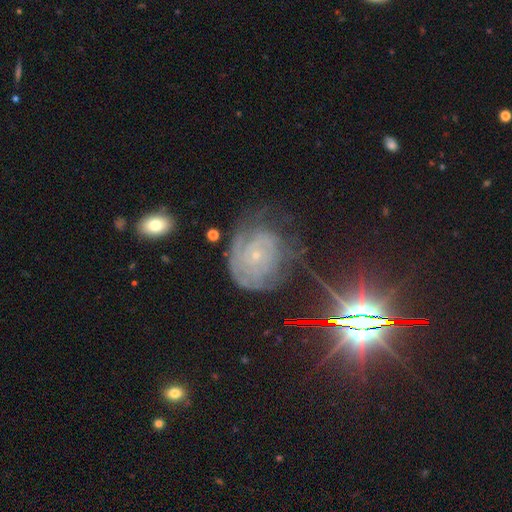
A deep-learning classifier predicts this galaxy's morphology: This is likely a featured or disk galaxy (75%). It is clearly not viewed edge-on (96%). Bar: likely no (79%). Spiral arm pattern: clearly yes (90%). Spiral arm count: possibly can't tell (48%). Spiral winding: likely tight (73%). Central bulge: clearly small (85%). Merging: possibly none (55%).